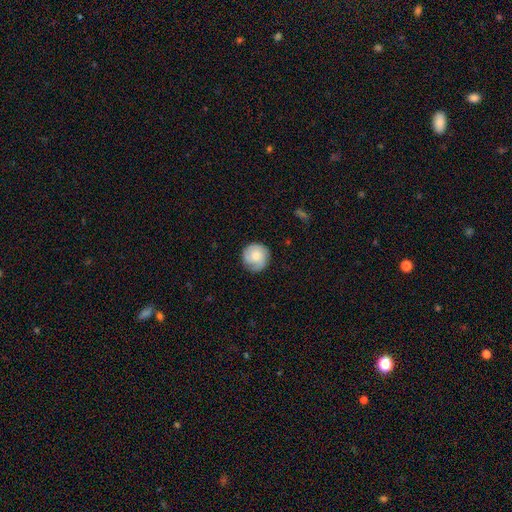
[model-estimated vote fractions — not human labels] Morphology: type=smooth (58%); roundness=round (93%); merging=none (80%).